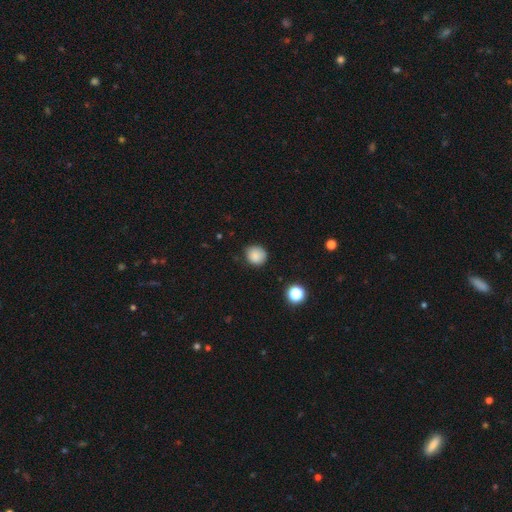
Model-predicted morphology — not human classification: smooth 85%, star or artifact 10%, featured or disk 4%. Down the decision tree: how rounded — round (86%); merging — none (79%).